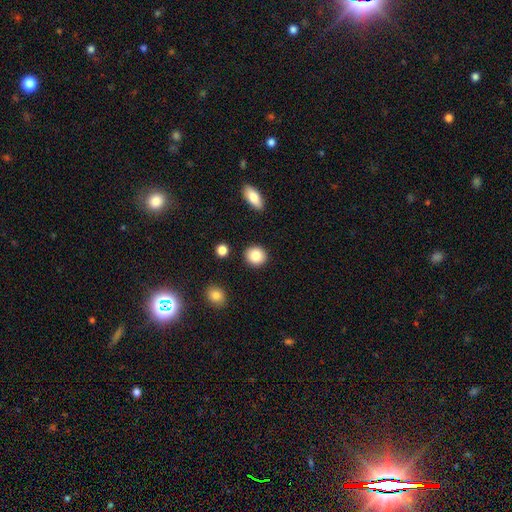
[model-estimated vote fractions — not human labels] The model was most divided on "how rounded": round: 82%, in between: 17%, cigar-shaped: 1%. More confident: merging — none (90%); smooth or featured — smooth (85%).